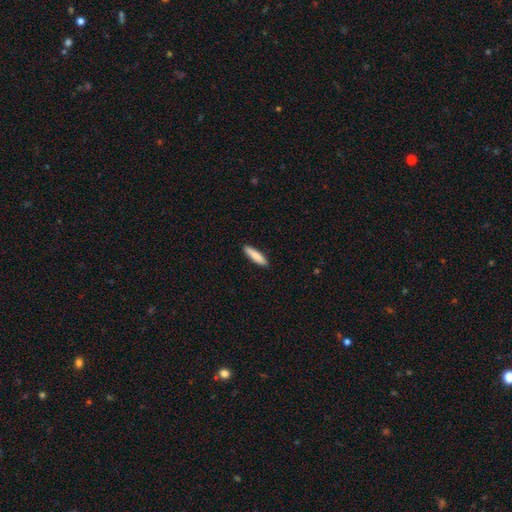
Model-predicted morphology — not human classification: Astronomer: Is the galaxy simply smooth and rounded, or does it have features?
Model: smooth — 85%.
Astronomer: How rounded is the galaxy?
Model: cigar-shaped — 79%.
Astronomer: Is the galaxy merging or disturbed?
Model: none — 89%.